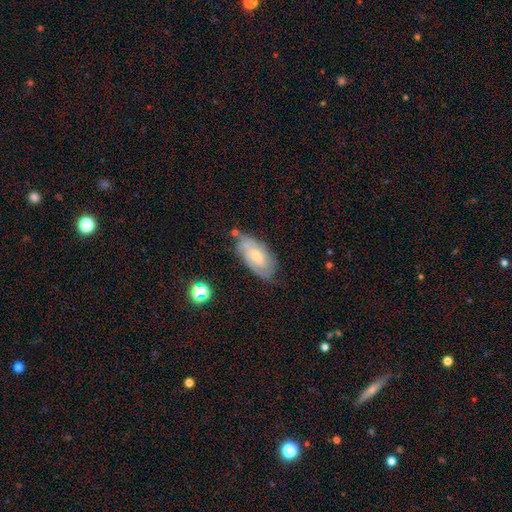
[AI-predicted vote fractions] Smooth or featured: featured or disk — 68% (smooth — 25%)
Edge-on disk: no — 93% (yes — 7%)
Bar: no — 53% (weak — 40%)
Spiral arms: yes — 90% (no — 10%)
Spiral winding: tight — 60% (medium — 32%)
Spiral arm count: can't tell — 39% (2 — 37%)
Bulge size: small — 46% (moderate — 45%)
Merging: none — 66% (minor disturbance — 24%)